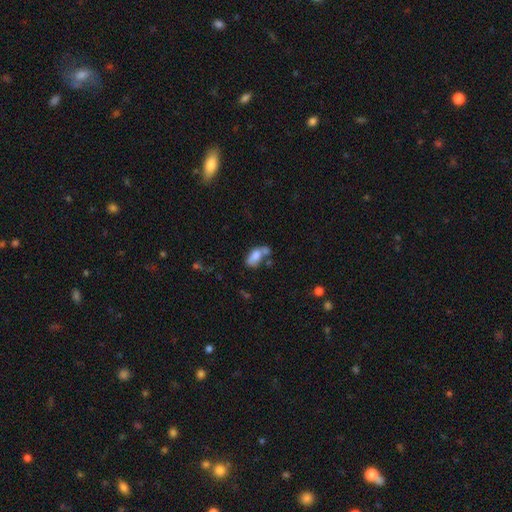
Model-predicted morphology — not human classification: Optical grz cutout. It shows a smooth galaxy with no disk features (72%) that is in between round and cigar-shaped (87%). Merging: merger (38%).